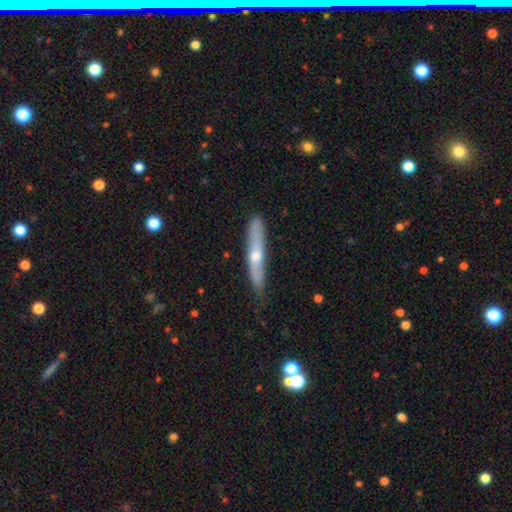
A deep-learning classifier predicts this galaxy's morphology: Smooth or featured?
  - featured or disk: 55% *
  - smooth: 37%
  - star or artifact: 8%
Edge-on disk?
  - yes: 86% *
  - no: 14%
Merging?
  - none: 80% *
  - minor disturbance: 15%
  - major disturbance: 3%
  - merger: 2%